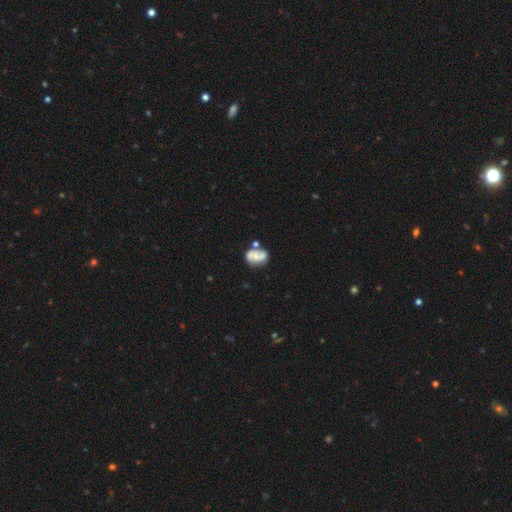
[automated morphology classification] A featured or disk galaxy (56%) with no bar (68%), spiral arms (66%) and a small central bulge (38%).

Vote fractions:
- Smooth or featured? featured or disk: 56% / smooth: 35% / star or artifact: 9%
- Edge-on disk? no: 98% / yes: 2%
- Bar? no: 68% / weak: 25% / strong: 8%
- Spiral arms? yes: 66% / no: 34%
- Bulge size? small: 38% / none: 28% / moderate: 27% / large: 5% / dominant: 2%
- Merging? none: 40% / merger: 28% / minor disturbance: 21% / major disturbance: 11%